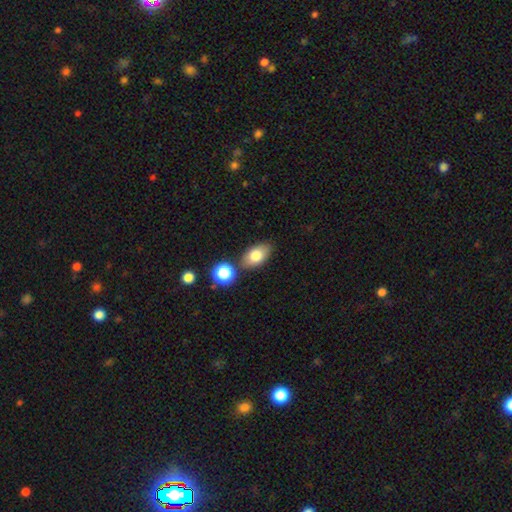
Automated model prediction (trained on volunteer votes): Smooth or featured: smooth — 77% (featured or disk — 15%)
How rounded: in between — 89% (round — 9%)
Merging: none — 77% (minor disturbance — 11%)